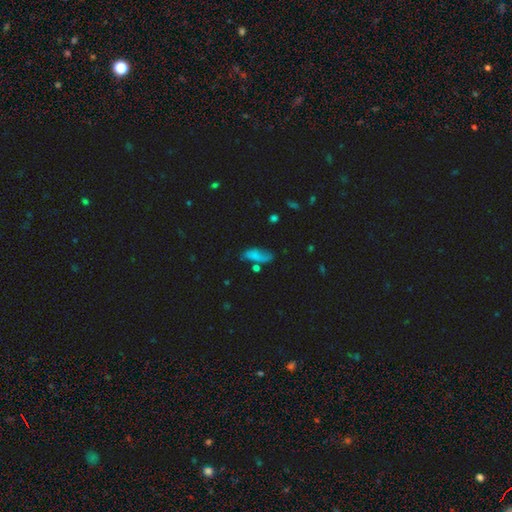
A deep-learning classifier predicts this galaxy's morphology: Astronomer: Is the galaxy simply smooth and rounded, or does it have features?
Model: smooth — 68%.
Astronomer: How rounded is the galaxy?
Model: in between — 76%.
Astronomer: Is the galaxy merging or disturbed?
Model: none — 50% (runner-up: minor disturbance, 28%).